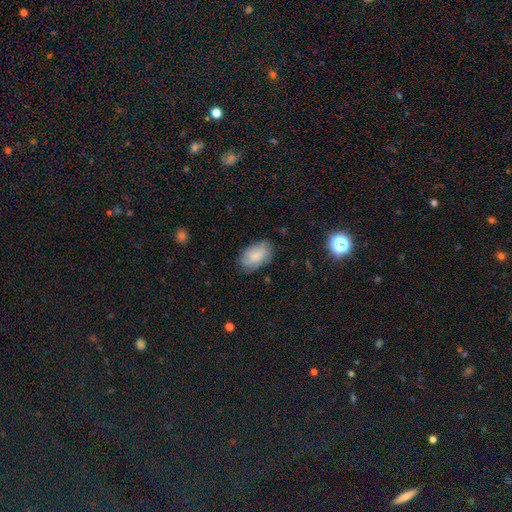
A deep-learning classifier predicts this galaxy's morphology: Overall: smooth (64%; featured or disk 27%). How rounded: in between (92%). Merging: none (72%).